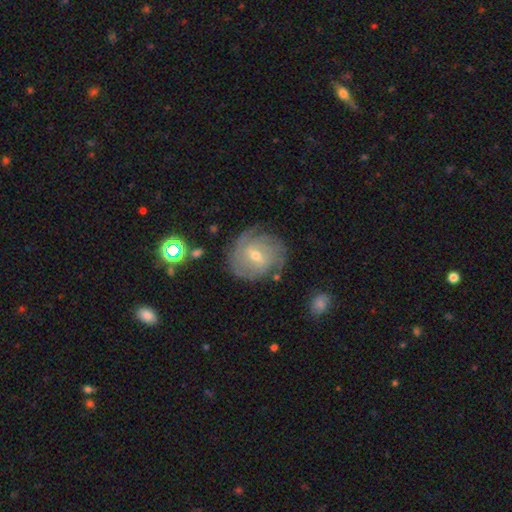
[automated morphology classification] Smooth or featured? featured or disk (80%)
Edge-on disk? no (97%)
Bar? weak (54%)
Spiral arms? yes (93%)
Spiral winding? tight (66%)
Spiral arm count? can't tell (38%)
Bulge size? small (49%)
Merging? none (73%)